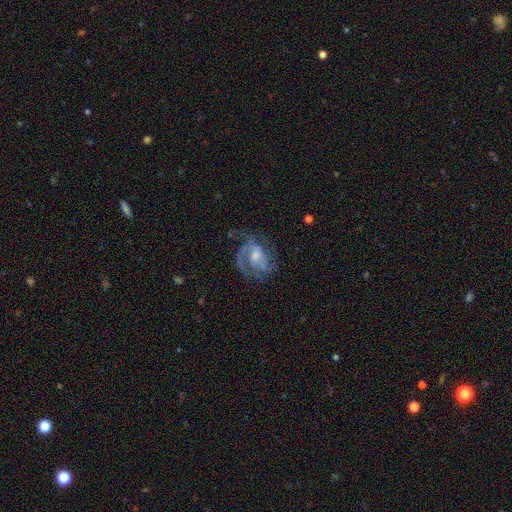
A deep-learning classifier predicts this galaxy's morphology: A featured or disk galaxy (83%) with a weak bar (47%), 2 (44%) medium (48%) spiral arms (93%) and a moderate central bulge (49%). Merging: none (58%).